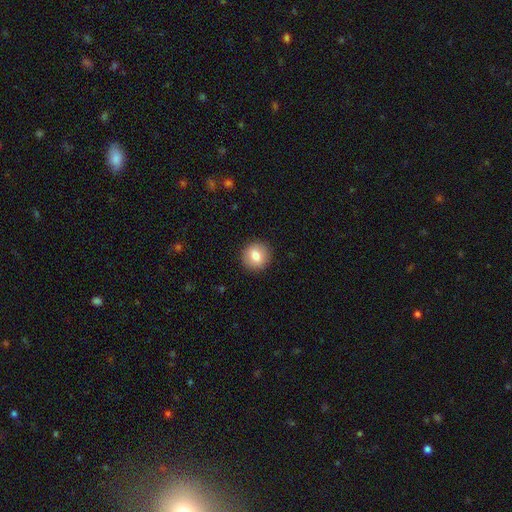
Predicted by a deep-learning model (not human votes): smooth 79%, featured or disk 13%, star or artifact 8%. Down the decision tree: how rounded — round (90%); merging — none (91%).